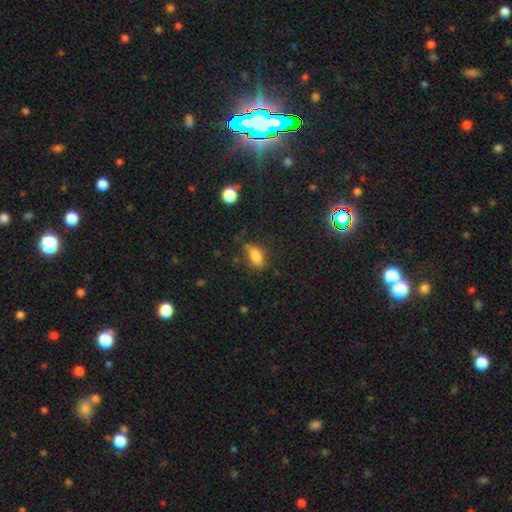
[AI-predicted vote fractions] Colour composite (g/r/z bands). It shows a smooth galaxy with no disk features (81%) that is in between round and cigar-shaped (83%). Merging: none (70%).